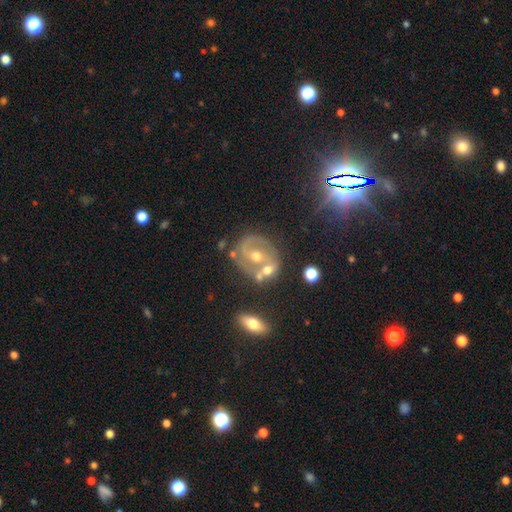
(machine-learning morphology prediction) This is likely a featured or disk galaxy (72%). It is clearly not viewed edge-on (96%). Bar: possibly no (48%). Spiral arm pattern: likely yes (70%). Central bulge: likely moderate (67%). Merging: possibly none (50%).